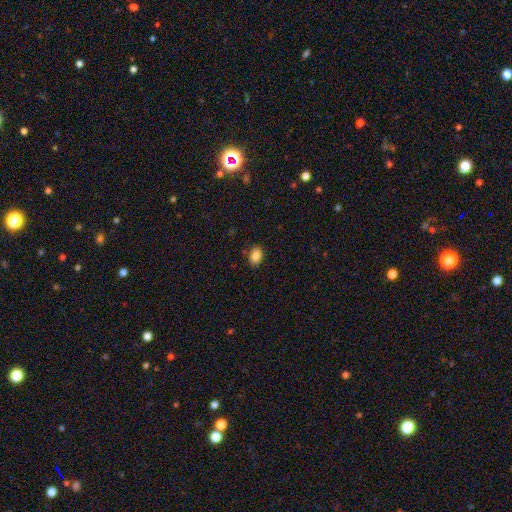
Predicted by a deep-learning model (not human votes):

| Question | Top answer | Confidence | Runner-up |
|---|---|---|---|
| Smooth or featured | smooth | 86% | star or artifact (9%) |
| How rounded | in between | 76% | round (23%) |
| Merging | none | 85% | minor disturbance (11%) |